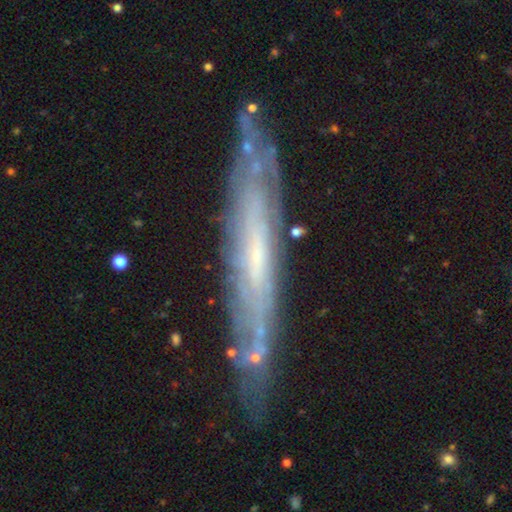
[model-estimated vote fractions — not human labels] Q: Smooth or featured?
A: featured or disk (74%); runner-up: smooth (18%)
Q: Edge-on disk?
A: yes (68%); runner-up: no (32%)
Q: Edge-on bulge?
A: none (71%); runner-up: rounded (24%)
Q: Merging?
A: none (82%); runner-up: minor disturbance (13%)